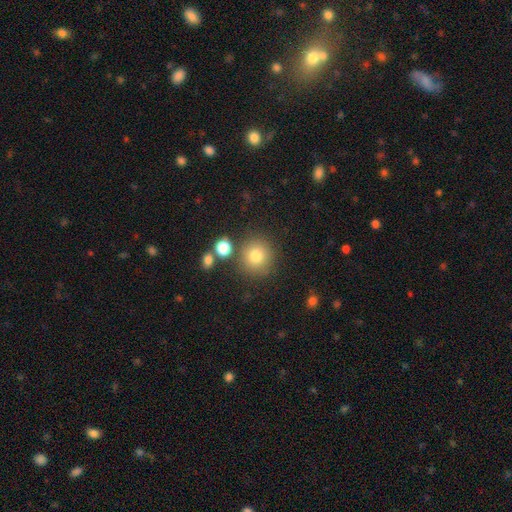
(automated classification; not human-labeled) A smooth galaxy with no disk features (80%) that is round (90%).

Vote fractions:
- Smooth or featured? smooth: 80% / star or artifact: 12% / featured or disk: 8%
- How rounded? round: 90% / in between: 9% / cigar-shaped: 1%
- Merging? none: 79% / minor disturbance: 10% / merger: 8% / major disturbance: 4%